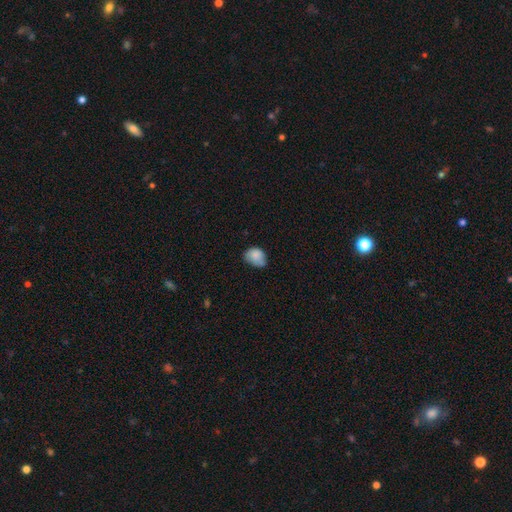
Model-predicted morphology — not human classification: Smooth or featured: smooth — 83% (featured or disk — 9%)
How rounded: in between — 62% (round — 37%)
Merging: none — 45% (minor disturbance — 42%)